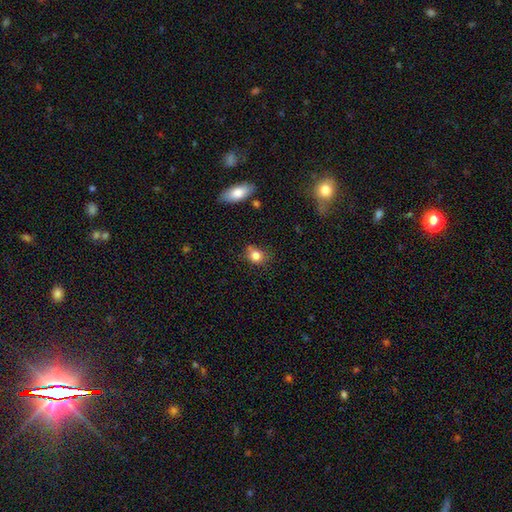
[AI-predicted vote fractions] Morphology: type=smooth (82%); roundness=round (63%); merging=none (64%).